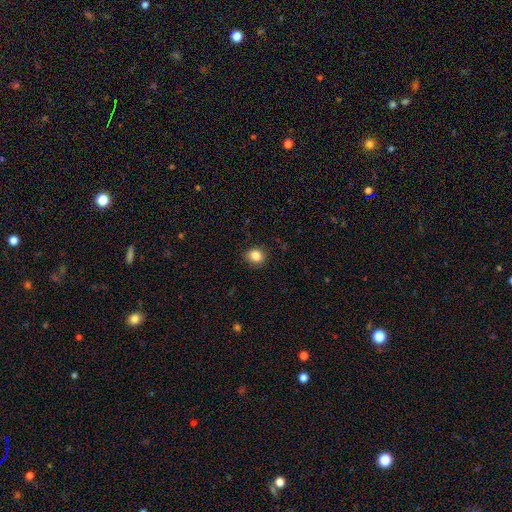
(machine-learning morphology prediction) The model was most divided on "how rounded": round: 71%, in between: 28%, cigar-shaped: 1%. More confident: merging — none (86%); smooth or featured — smooth (85%).